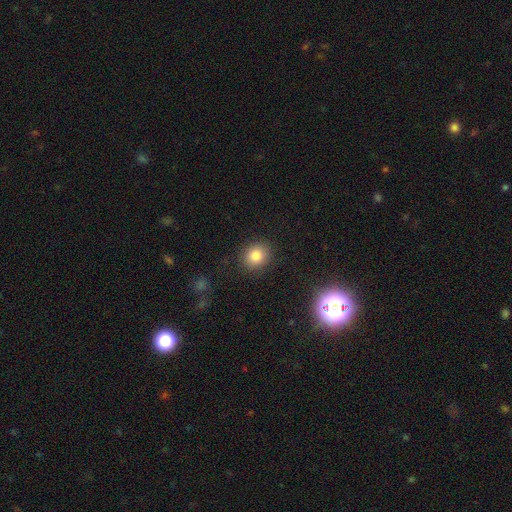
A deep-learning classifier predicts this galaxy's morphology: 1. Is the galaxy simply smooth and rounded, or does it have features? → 82% smooth, 11% star or artifact, 7% featured or disk.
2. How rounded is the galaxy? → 74% round, 25% in between, 1% cigar-shaped.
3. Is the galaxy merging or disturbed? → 87% none, 8% minor disturbance, 3% major disturbance, 1% merger.